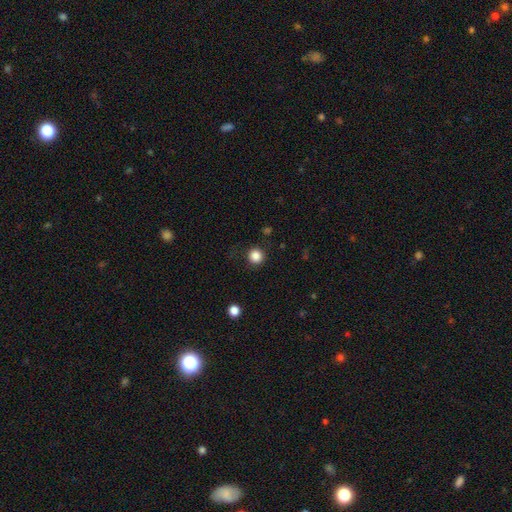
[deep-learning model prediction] smooth_or_featured: smooth (p=0.85) [alt: star or artifact p=0.11]
how_rounded: round (p=0.94) [alt: in between p=0.05]
merging: none (p=0.89) [alt: minor disturbance p=0.07]